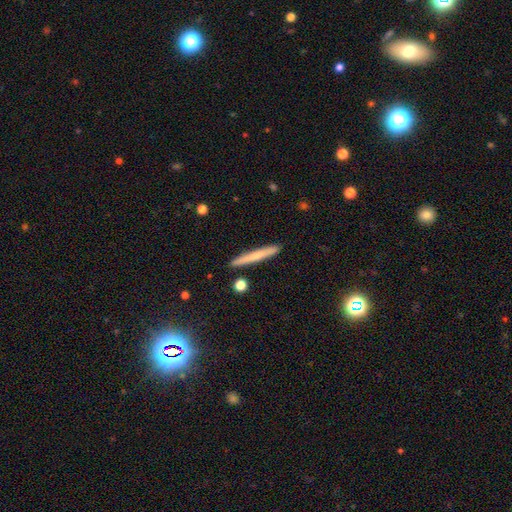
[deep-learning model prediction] Overall: smooth (61%; featured or disk 32%). How rounded: cigar-shaped (96%). Merging: none (90%).